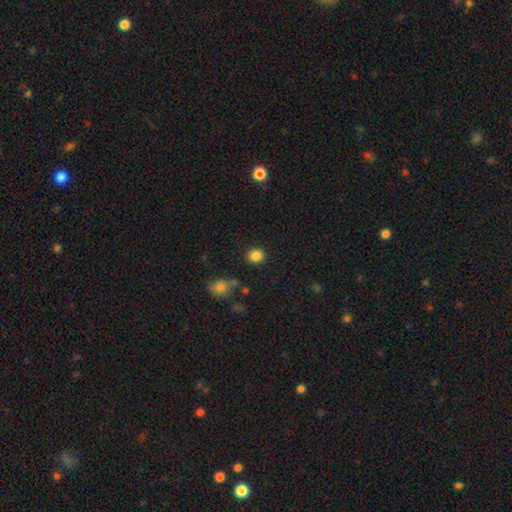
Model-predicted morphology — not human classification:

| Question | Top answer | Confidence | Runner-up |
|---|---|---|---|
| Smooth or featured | smooth | 85% | star or artifact (11%) |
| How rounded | round | 79% | in between (20%) |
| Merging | none | 87% | minor disturbance (7%) |